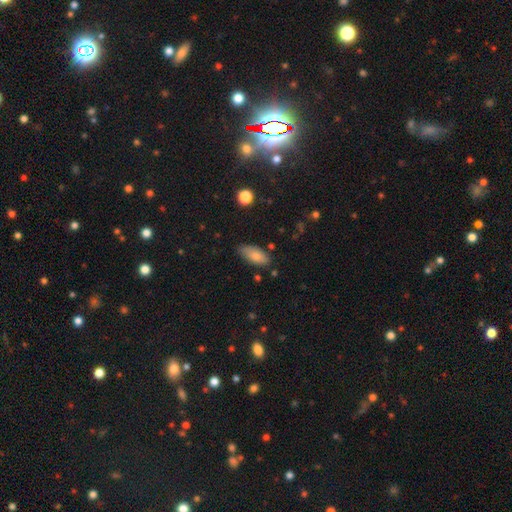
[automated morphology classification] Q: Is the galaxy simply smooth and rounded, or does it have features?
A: smooth — 81%.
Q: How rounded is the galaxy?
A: in between — 87%.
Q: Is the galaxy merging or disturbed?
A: none — 72%.